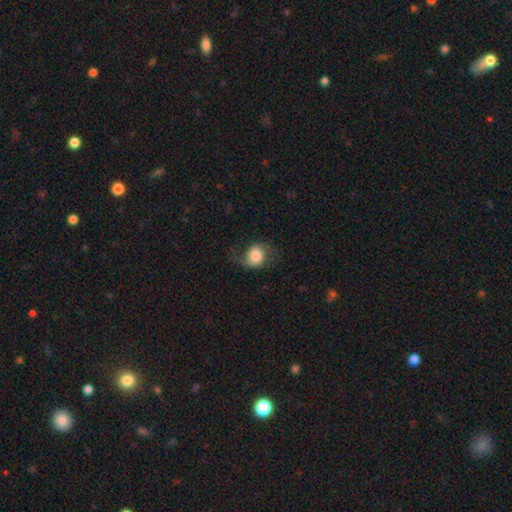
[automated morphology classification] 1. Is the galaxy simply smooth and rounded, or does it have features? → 53% smooth, 39% featured or disk, 8% star or artifact.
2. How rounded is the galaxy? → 59% round, 40% in between, 1% cigar-shaped.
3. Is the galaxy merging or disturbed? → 60% none, 22% minor disturbance, 17% major disturbance, 1% merger.